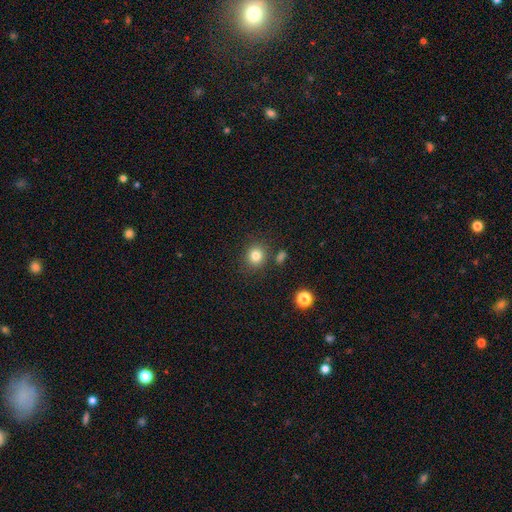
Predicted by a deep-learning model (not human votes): This appears to be a smooth galaxy with no disk features (82%) that is round (86%). Merging: none (82%).